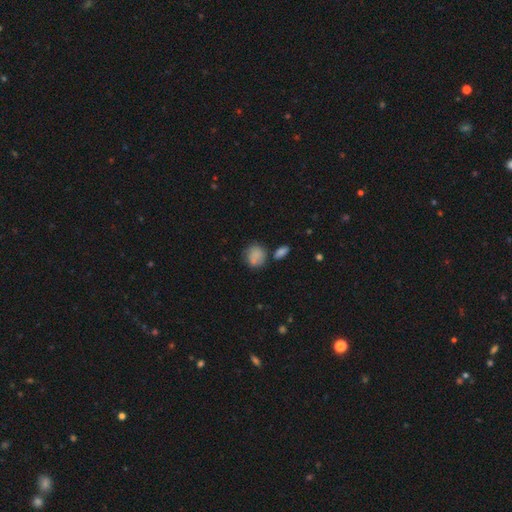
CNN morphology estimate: A smooth galaxy with no disk features (81%) that is round (70%).

Vote fractions:
- Smooth or featured? smooth: 81% / featured or disk: 10% / star or artifact: 9%
- How rounded? round: 70% / in between: 29% / cigar-shaped: 1%
- Merging? none: 58% / minor disturbance: 20% / merger: 16% / major disturbance: 6%